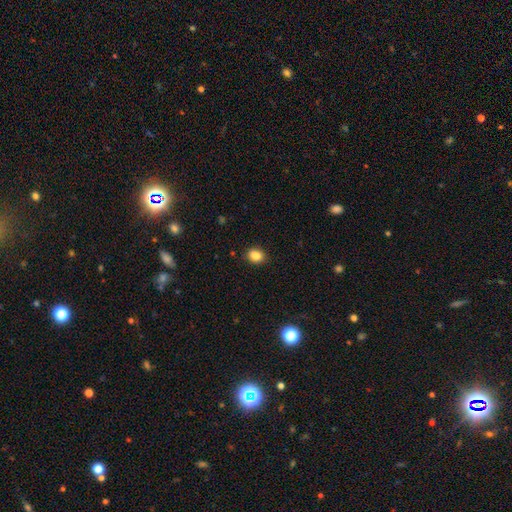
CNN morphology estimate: This appears to be a smooth galaxy with no disk features (85%) that is round (50%). Merging: none (88%).